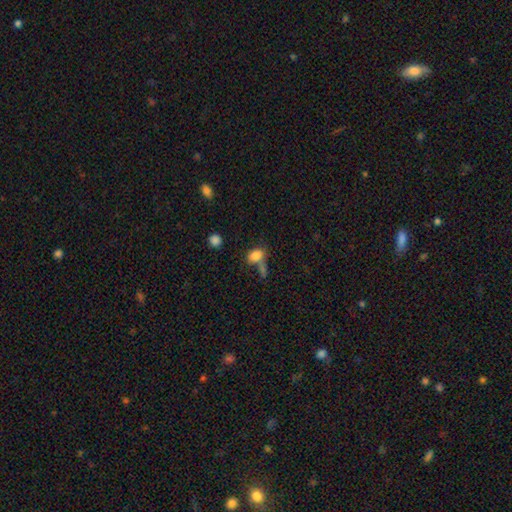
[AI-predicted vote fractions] A smooth galaxy with no disk features (81%) that is in between round and cigar-shaped (78%). Merging: none (43%).